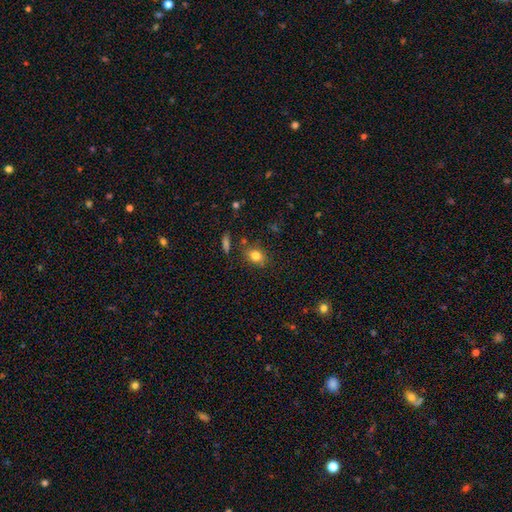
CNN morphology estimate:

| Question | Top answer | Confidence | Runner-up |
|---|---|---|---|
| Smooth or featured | smooth | 81% | star or artifact (10%) |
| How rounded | in between | 54% | round (44%) |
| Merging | none | 77% | minor disturbance (14%) |